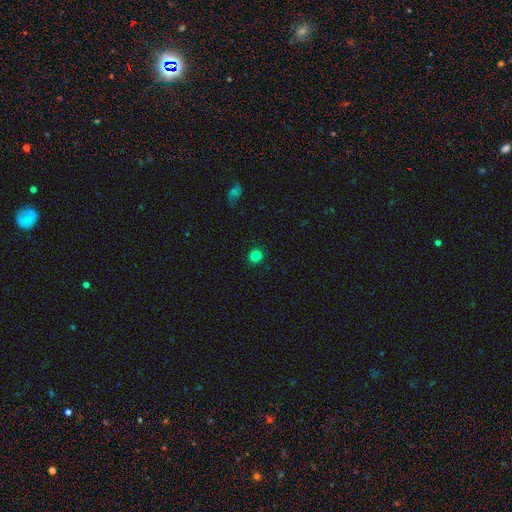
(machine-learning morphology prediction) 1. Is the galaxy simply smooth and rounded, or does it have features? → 83% smooth, 13% star or artifact, 4% featured or disk.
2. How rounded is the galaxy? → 93% round, 6% in between, 1% cigar-shaped.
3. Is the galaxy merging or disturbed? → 92% none, 5% minor disturbance, 2% major disturbance, 1% merger.